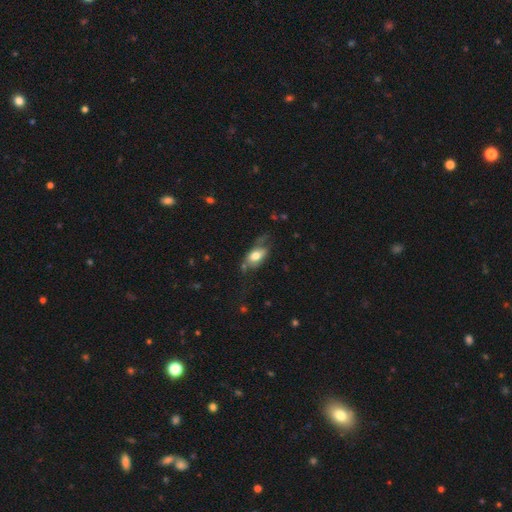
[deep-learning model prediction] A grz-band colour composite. It shows a smooth galaxy with no disk features (65%) that is in between round and cigar-shaped (87%). Merging: none (43%).